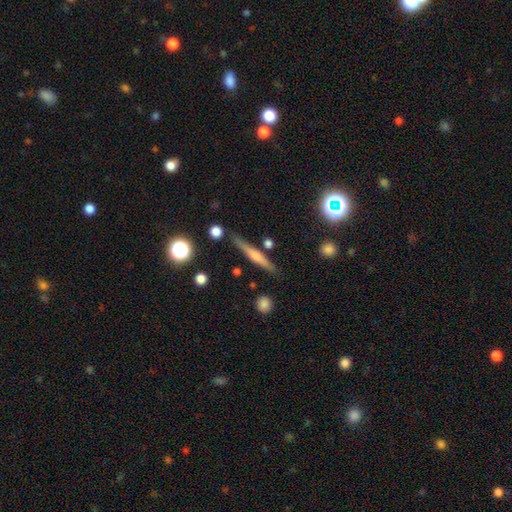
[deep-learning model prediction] Smooth or featured? Predicted: featured or disk (p=0.55). Edge-on disk? Predicted: yes (p=0.96). Edge-on bulge? Predicted: rounded (p=0.61). Merging? Predicted: none (p=0.83).